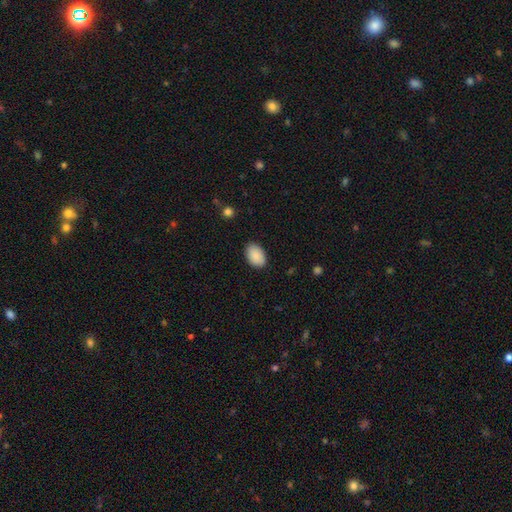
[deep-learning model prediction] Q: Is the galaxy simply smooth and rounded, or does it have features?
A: smooth — 90%.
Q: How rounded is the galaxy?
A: in between — 88%.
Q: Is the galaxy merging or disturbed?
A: none — 86%.